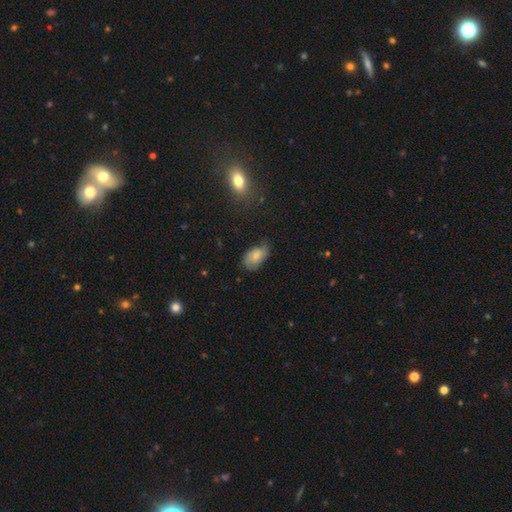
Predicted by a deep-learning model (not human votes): Smooth or featured? smooth (66%)
How rounded? in between (91%)
Merging? none (57%)